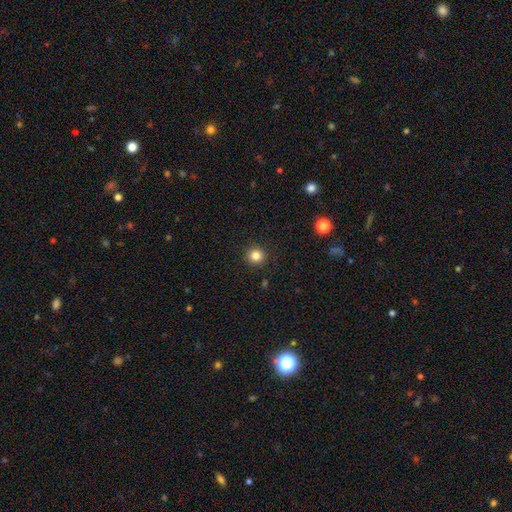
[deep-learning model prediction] This appears to be a smooth galaxy with no disk features (83%) that is round (95%). Merging: none (92%).